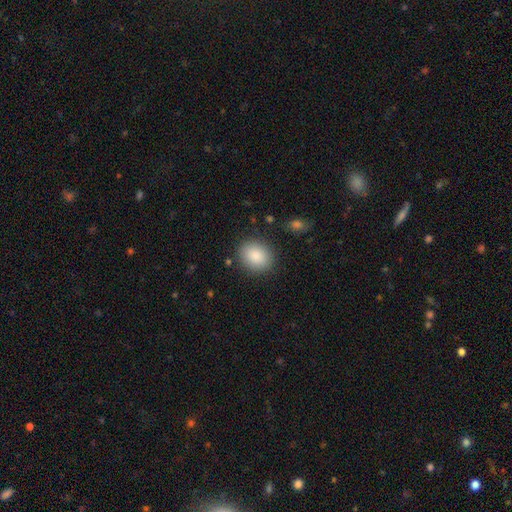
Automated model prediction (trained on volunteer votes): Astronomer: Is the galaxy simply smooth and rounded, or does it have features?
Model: smooth — 88%.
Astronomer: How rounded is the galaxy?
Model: round — 59% (runner-up: in between, 40%).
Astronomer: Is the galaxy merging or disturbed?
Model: none — 86%.